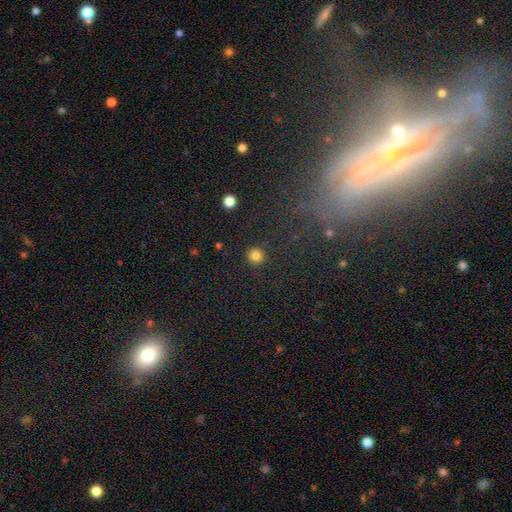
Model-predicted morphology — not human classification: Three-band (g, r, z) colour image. It shows a smooth galaxy with no disk features (83%) that is round (94%). Merging: none (90%).